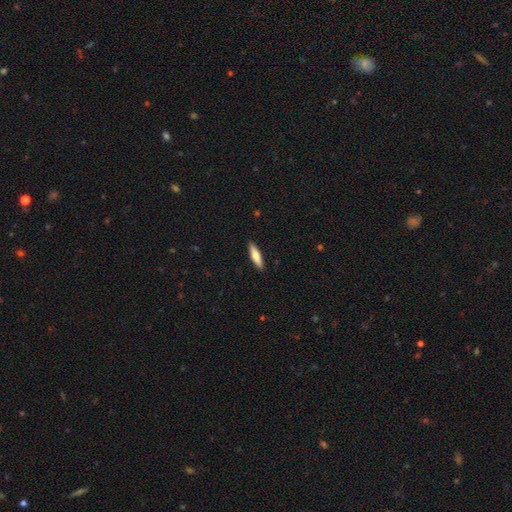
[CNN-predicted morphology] This appears to be a smooth galaxy with no disk features (70%) that is cigar-shaped (71%). Merging: none (91%).